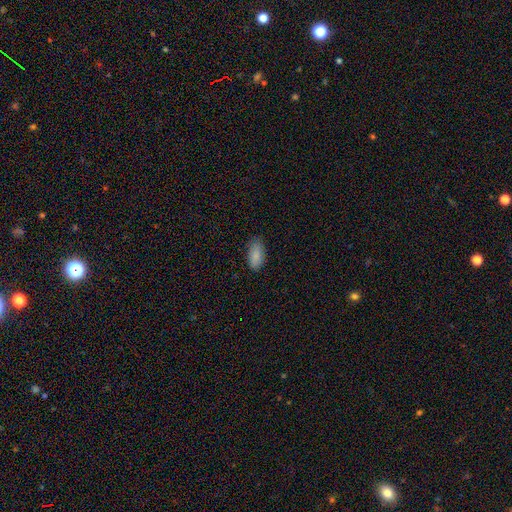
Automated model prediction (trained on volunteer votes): smooth-or-featured: smooth: 87% | star or artifact: 7% | featured or disk: 6%
  how-rounded: in between: 91% | cigar-shaped: 7% | round: 2%
  merging: none: 81% | minor disturbance: 15% | major disturbance: 3% | merger: 1%